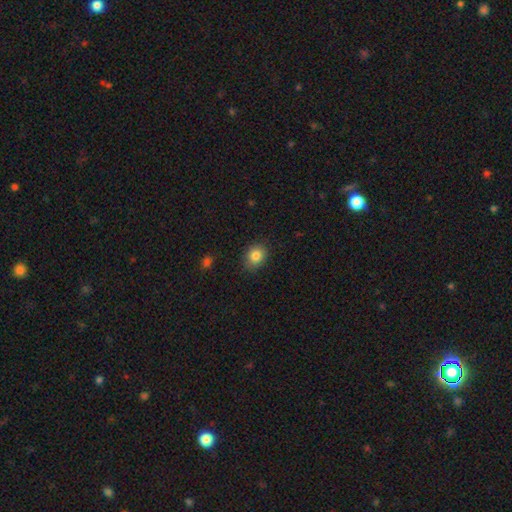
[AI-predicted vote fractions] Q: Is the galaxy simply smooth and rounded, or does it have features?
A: smooth — 84%.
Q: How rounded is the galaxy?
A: round — 56%.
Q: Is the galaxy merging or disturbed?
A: none — 85%.